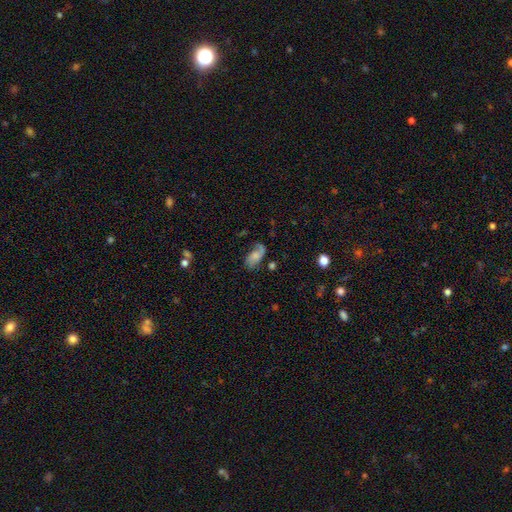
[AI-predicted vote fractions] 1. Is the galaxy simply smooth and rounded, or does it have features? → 46% featured or disk, 44% smooth, 9% star or artifact.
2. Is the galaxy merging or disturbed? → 50% none, 27% minor disturbance, 19% major disturbance, 4% merger.